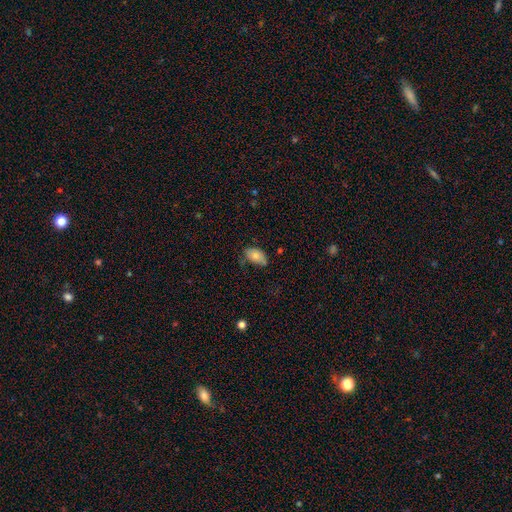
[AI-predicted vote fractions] This is likely a smooth galaxy (78%). How rounded: clearly in between (92%). Merging: likely none (61%).